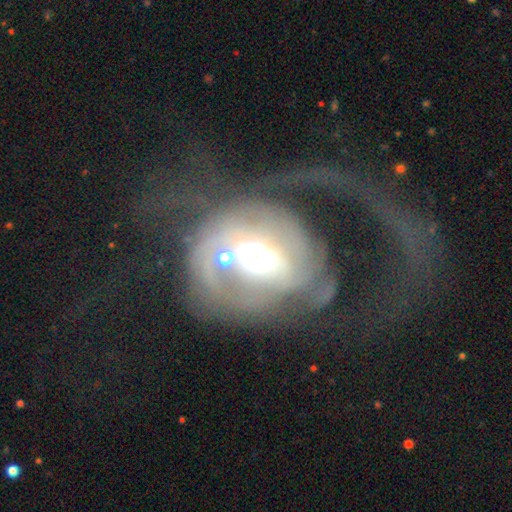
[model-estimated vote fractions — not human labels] This appears to be a featured or disk galaxy (66%) with no bar (63%), spiral arms (51%) and a moderate central bulge (58%). Merging: major disturbance (63%).